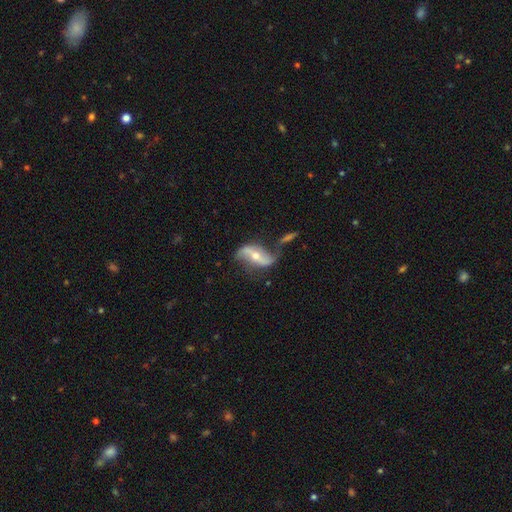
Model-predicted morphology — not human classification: Smooth or featured? featured or disk (81%)
Edge-on disk? no (91%)
Bar? strong (38%)
Spiral arms? yes (89%)
Spiral winding? loose (85%)
Spiral arm count? 2 (91%)
Bulge size? moderate (55%)
Merging? none (56%)